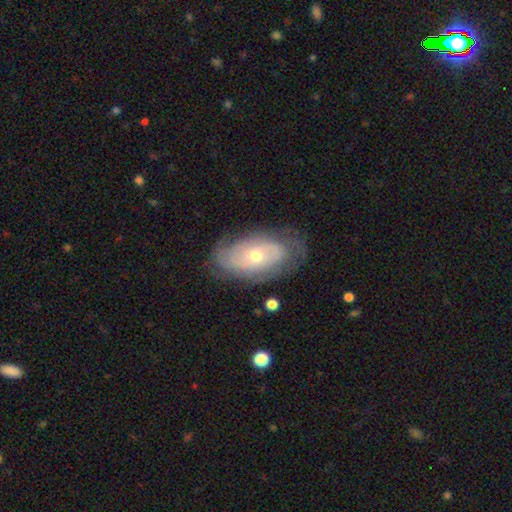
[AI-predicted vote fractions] Smooth or featured? featured or disk (67%)
Edge-on disk? no (92%)
Bar? no (78%)
Spiral arms? yes (73%)
Bulge size? small (50%)
Merging? none (68%)